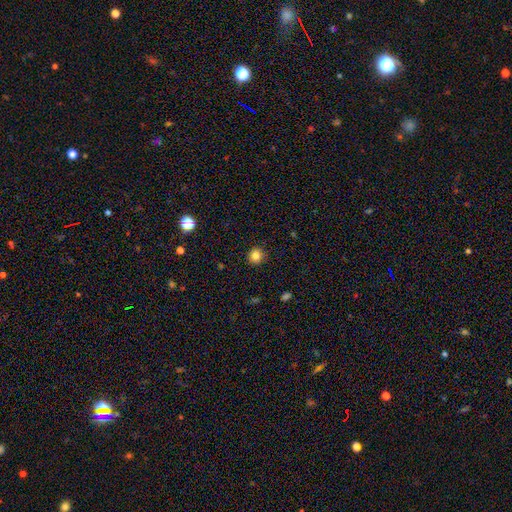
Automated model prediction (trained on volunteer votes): Smooth or featured: smooth — 82% (star or artifact — 12%)
How rounded: round — 90% (in between — 9%)
Merging: none — 90% (minor disturbance — 7%)